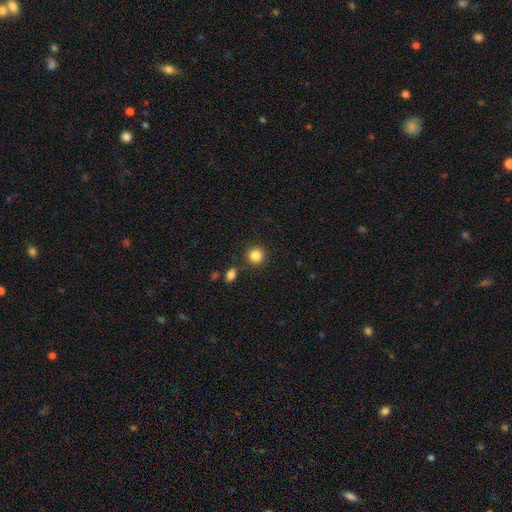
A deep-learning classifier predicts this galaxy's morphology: A smooth galaxy with no disk features (85%) that is round (92%). Merging: none (85%).